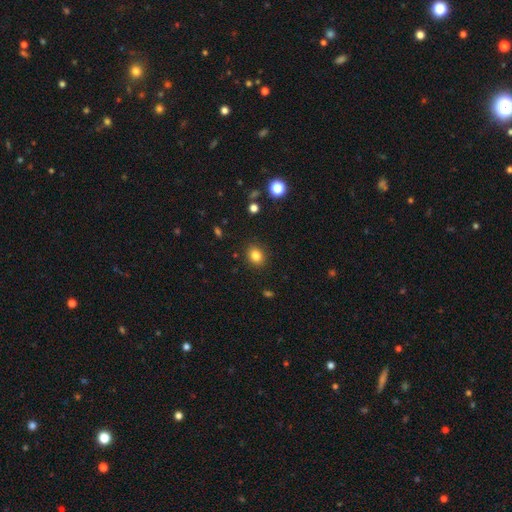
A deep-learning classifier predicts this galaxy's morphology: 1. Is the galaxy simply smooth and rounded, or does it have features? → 83% smooth, 11% star or artifact, 6% featured or disk.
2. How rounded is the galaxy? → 54% round, 45% in between, 1% cigar-shaped.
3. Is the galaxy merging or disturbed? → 88% none, 8% minor disturbance, 2% major disturbance, 1% merger.